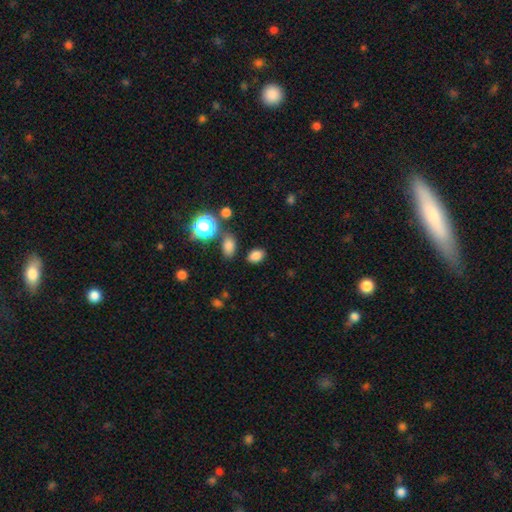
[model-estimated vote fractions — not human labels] A smooth galaxy with no disk features (81%) that is in between round and cigar-shaped (79%).

Vote fractions:
- Smooth or featured? smooth: 81% / star or artifact: 14% / featured or disk: 5%
- How rounded? in between: 79% / round: 20% / cigar-shaped: 1%
- Merging? none: 81% / minor disturbance: 11% / merger: 5% / major disturbance: 3%